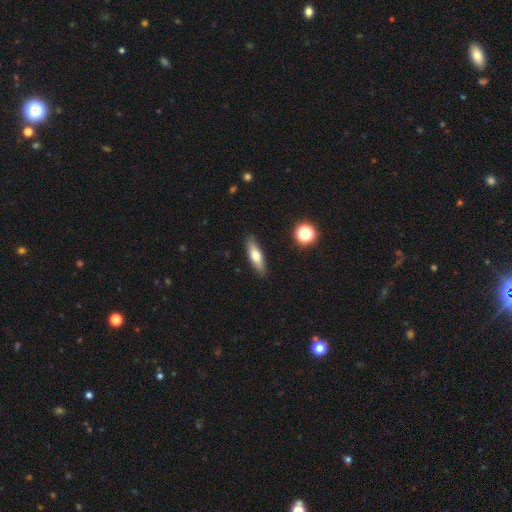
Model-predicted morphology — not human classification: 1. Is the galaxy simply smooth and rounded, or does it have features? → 62% smooth, 31% featured or disk, 7% star or artifact.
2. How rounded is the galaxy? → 55% cigar-shaped, 41% in between, 3% round.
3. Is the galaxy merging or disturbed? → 89% none, 8% minor disturbance, 2% major disturbance, 1% merger.